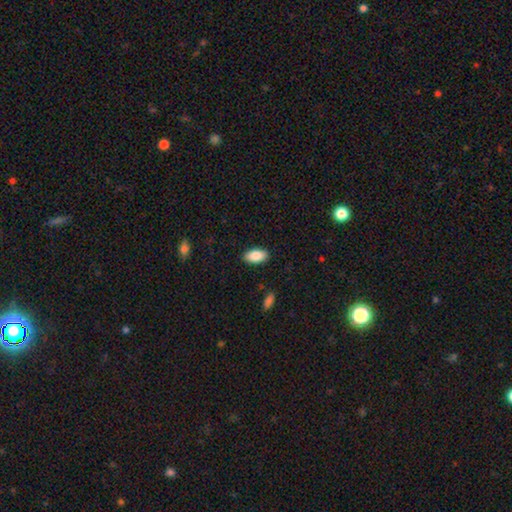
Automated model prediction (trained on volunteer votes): Smooth or featured? smooth (88%)
How rounded? in between (93%)
Merging? none (88%)